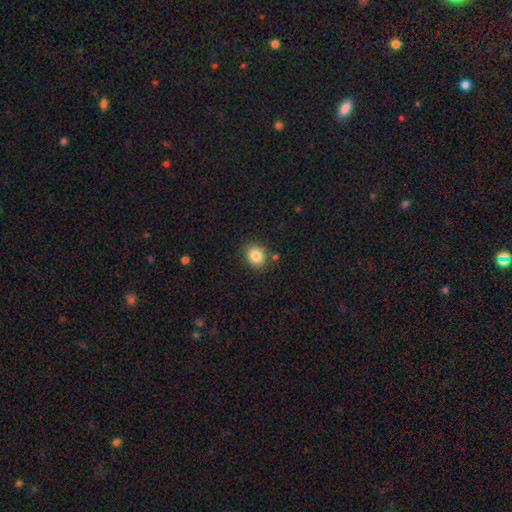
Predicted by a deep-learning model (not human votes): Smooth or featured?
  - smooth: 84% *
  - star or artifact: 10%
  - featured or disk: 6%
How rounded?
  - round: 69% *
  - in between: 30%
  - cigar-shaped: 1%
Merging?
  - none: 82% *
  - minor disturbance: 10%
  - merger: 4%
  - major disturbance: 3%